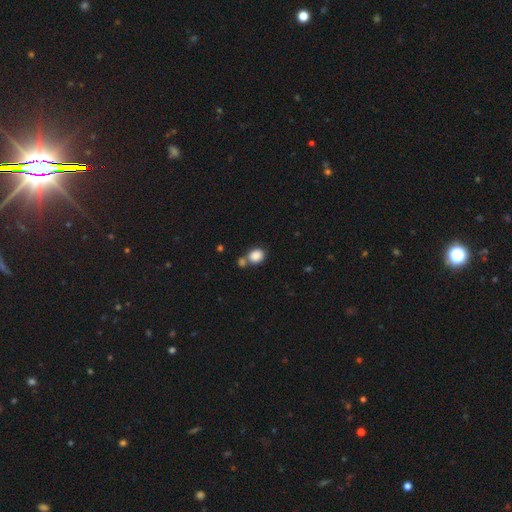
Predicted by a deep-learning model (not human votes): smooth-or-featured: smooth: 86% | star or artifact: 9% | featured or disk: 5%
  how-rounded: round: 64% | in between: 35% | cigar-shaped: 1%
  merging: none: 52% | merger: 33% | minor disturbance: 11% | major disturbance: 4%